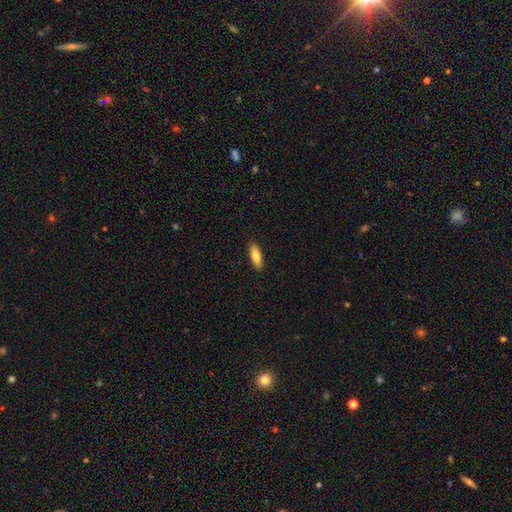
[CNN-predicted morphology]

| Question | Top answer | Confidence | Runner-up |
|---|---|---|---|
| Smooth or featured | smooth | 77% | featured or disk (17%) |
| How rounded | in between | 60% | cigar-shaped (38%) |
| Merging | none | 89% | minor disturbance (8%) |